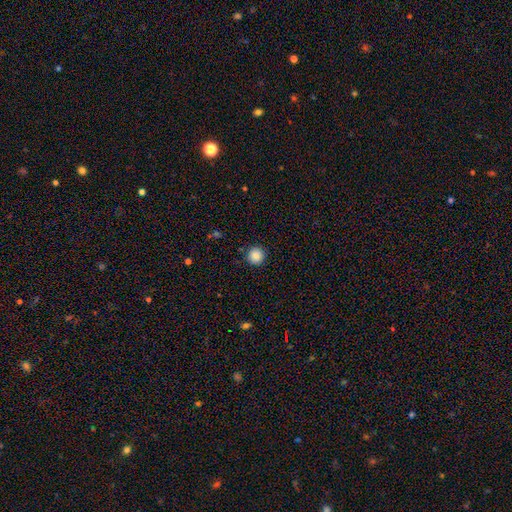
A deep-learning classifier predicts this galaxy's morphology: Smooth or featured? Predicted: smooth (p=0.86). How rounded? Predicted: round (p=0.95). Merging? Predicted: none (p=0.91).